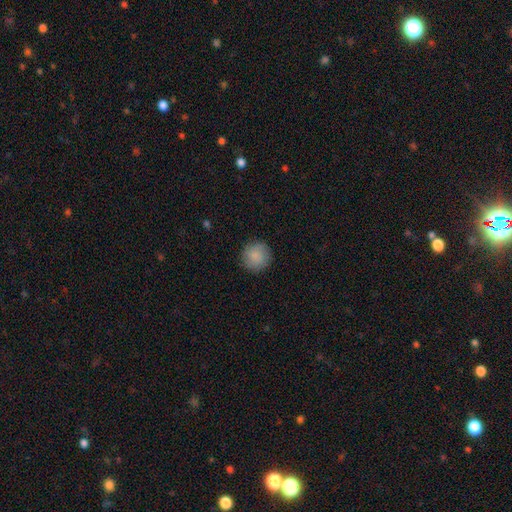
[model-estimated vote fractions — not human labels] This appears to be a smooth galaxy with no disk features (87%) that is round (94%). Merging: none (88%).